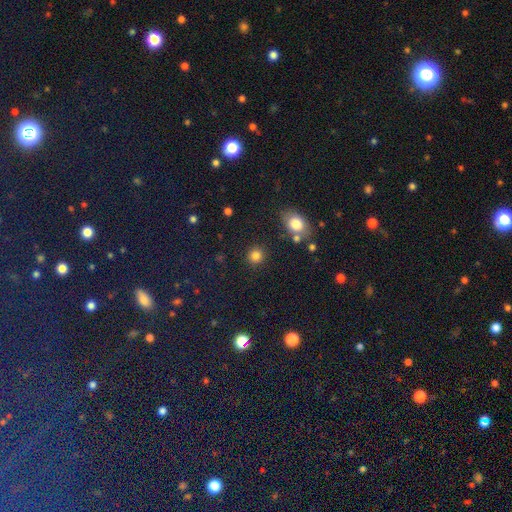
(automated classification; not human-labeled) Smooth or featured: smooth — 83% (star or artifact — 12%)
How rounded: round — 90% (in between — 9%)
Merging: none — 88% (minor disturbance — 7%)